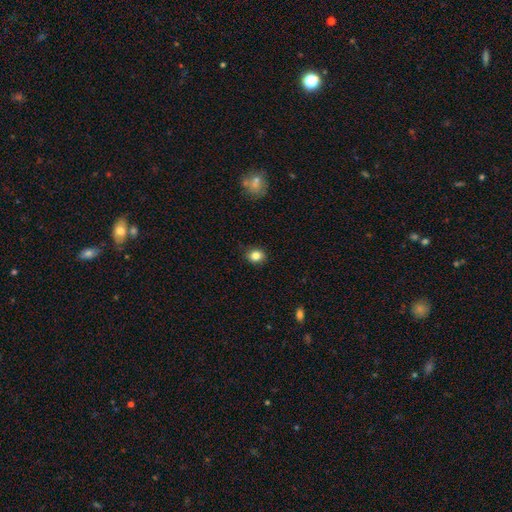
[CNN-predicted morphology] A smooth galaxy with no disk features (84%) that is round (59%).

Vote fractions:
- Smooth or featured? smooth: 84% / star or artifact: 10% / featured or disk: 6%
- How rounded? round: 59% / in between: 40% / cigar-shaped: 1%
- Merging? none: 84% / minor disturbance: 12% / major disturbance: 2% / merger: 1%